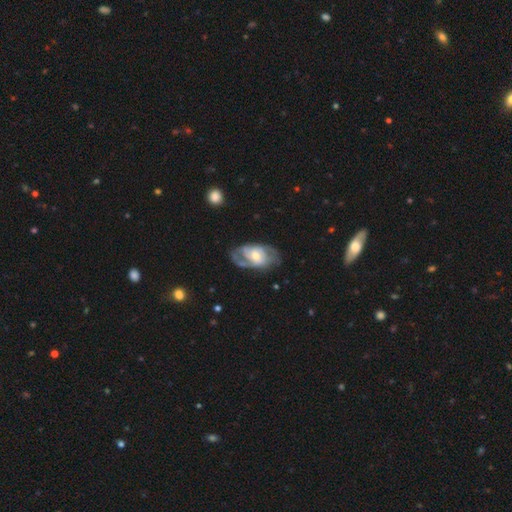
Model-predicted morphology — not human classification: type=featured or disk (73%); edge-on=no (95%); bar=no (59%); spiral arms=yes (78%); winding=medium (42%); arm count=2 (56%); bulge=moderate (57%); merging=none (58%).